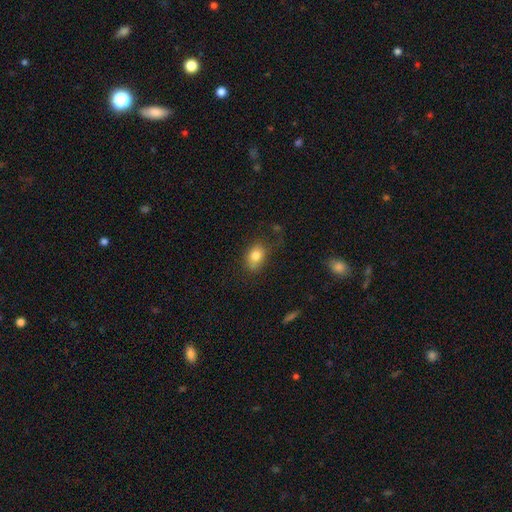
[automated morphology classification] Overall: smooth (81%). How rounded: in between (72%). Merging: none (65%).